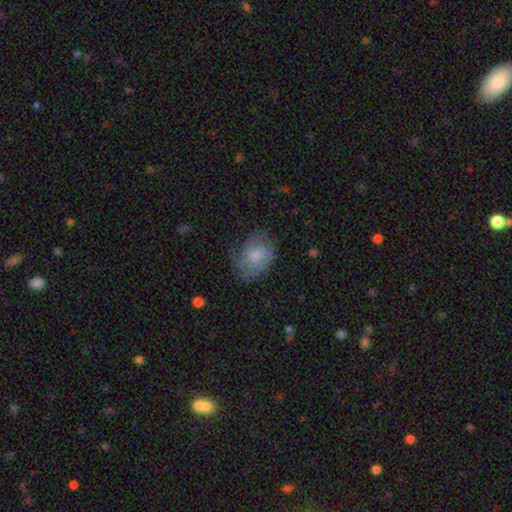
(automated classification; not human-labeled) This is likely a smooth galaxy (61%). How rounded: likely in between (68%). Merging: possibly none (52%).